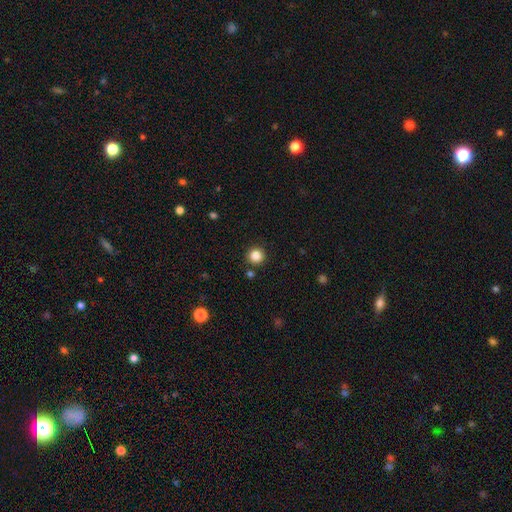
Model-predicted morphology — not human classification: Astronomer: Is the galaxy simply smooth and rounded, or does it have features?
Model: smooth — 86%.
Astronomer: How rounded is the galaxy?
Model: round — 95%.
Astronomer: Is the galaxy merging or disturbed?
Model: none — 89%.